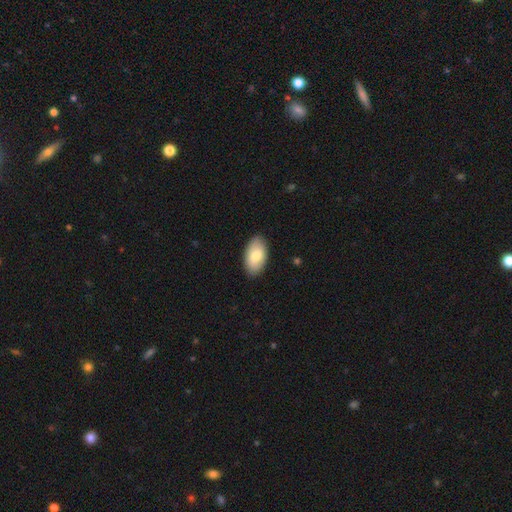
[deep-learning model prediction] Overall: smooth (80%). How rounded: in between (95%). Merging: none (88%).